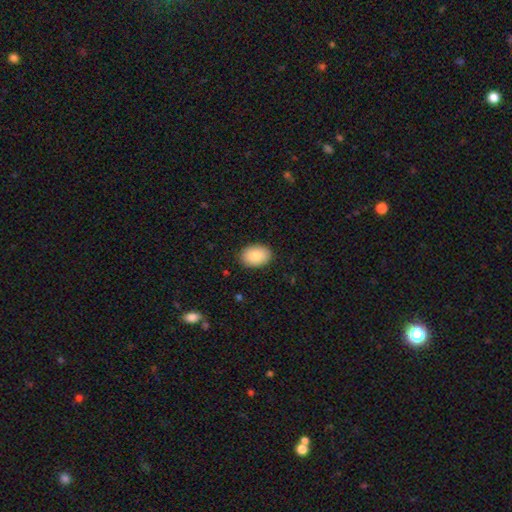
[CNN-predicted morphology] Q: Smooth or featured?
A: smooth (87%); runner-up: featured or disk (7%)
Q: How rounded?
A: in between (82%); runner-up: round (17%)
Q: Merging?
A: none (88%); runner-up: minor disturbance (9%)